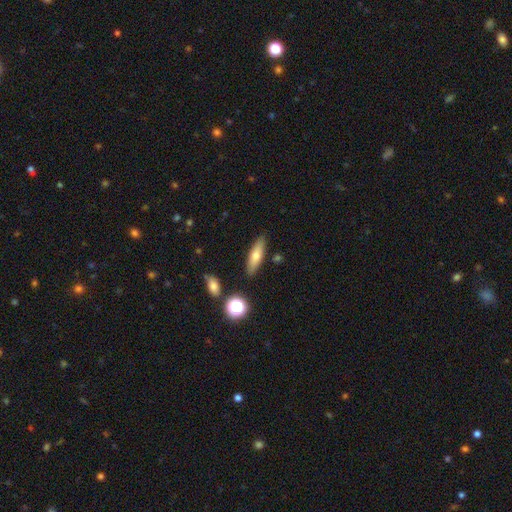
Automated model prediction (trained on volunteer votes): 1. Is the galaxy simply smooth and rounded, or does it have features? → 65% smooth, 26% featured or disk, 8% star or artifact.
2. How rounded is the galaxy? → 53% cigar-shaped, 44% in between, 3% round.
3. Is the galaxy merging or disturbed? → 85% none, 10% minor disturbance, 3% merger, 2% major disturbance.